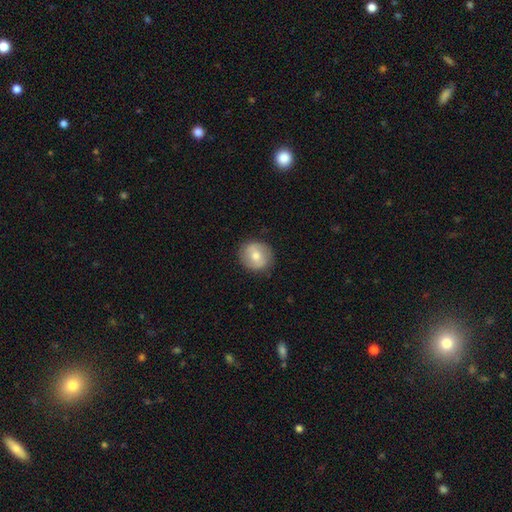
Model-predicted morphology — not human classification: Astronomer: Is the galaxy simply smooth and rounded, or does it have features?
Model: smooth — 63%.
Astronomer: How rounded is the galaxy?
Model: round — 85%.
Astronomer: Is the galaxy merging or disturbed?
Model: none — 85%.